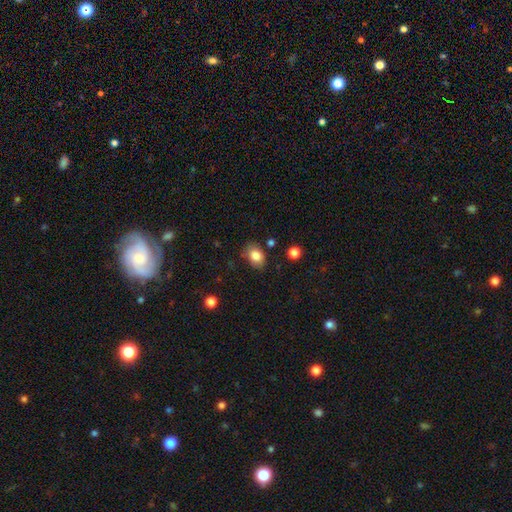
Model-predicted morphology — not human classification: This appears to be a smooth galaxy with no disk features (83%) that is in between round and cigar-shaped (78%). Merging: none (77%).